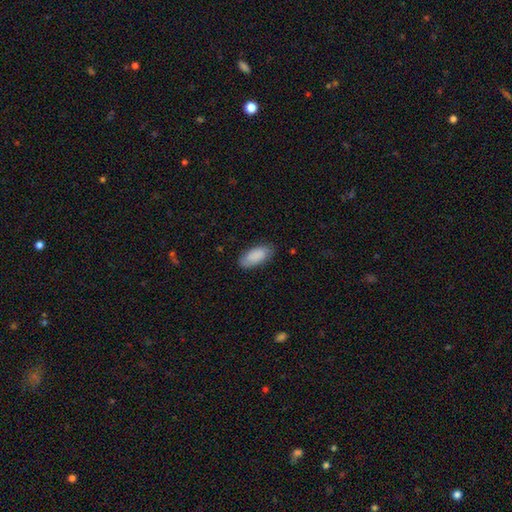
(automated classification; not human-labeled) Smooth or featured? smooth (87%)
How rounded? in between (90%)
Merging? none (81%)